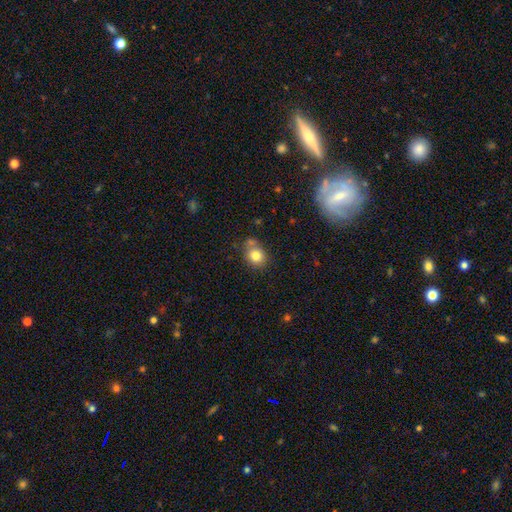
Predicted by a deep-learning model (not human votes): Smooth or featured: smooth — 81% (star or artifact — 10%)
How rounded: round — 65% (in between — 34%)
Merging: none — 62% (minor disturbance — 21%)